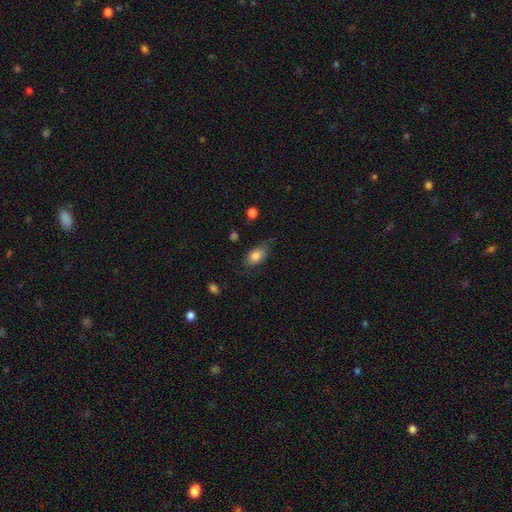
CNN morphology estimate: A smooth galaxy with no disk features (81%) that is in between round and cigar-shaped (86%). Merging: none (67%).